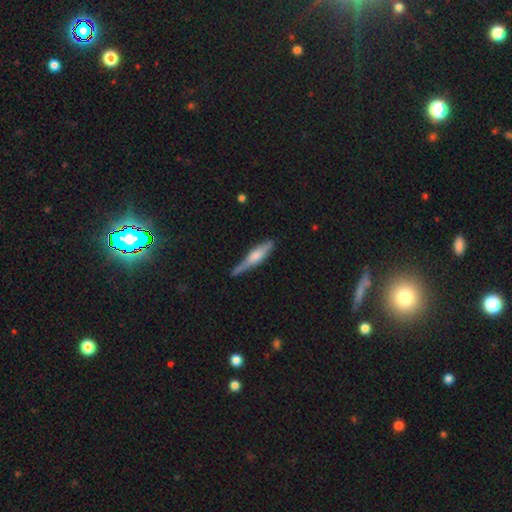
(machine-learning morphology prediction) Smooth or featured?
  - featured or disk: 56% *
  - smooth: 37%
  - star or artifact: 6%
Edge-on disk?
  - yes: 94% *
  - no: 6%
Edge-on bulge?
  - rounded: 58% *
  - boxy: 33%
  - none: 9%
Merging?
  - none: 71% *
  - minor disturbance: 22%
  - major disturbance: 5%
  - merger: 3%